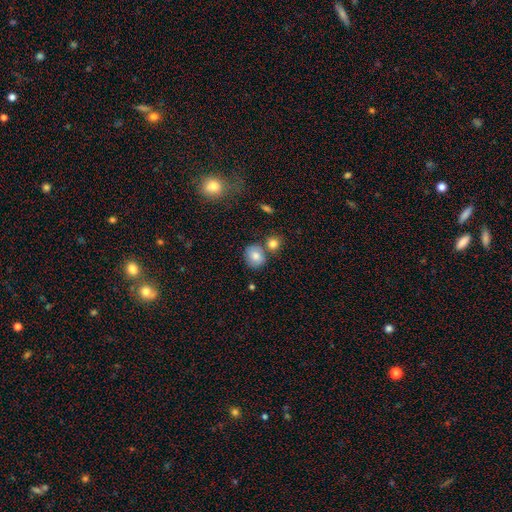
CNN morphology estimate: Smooth or featured? Predicted: smooth (p=0.79). How rounded? Predicted: round (p=0.75). Merging? Predicted: none (p=0.67).